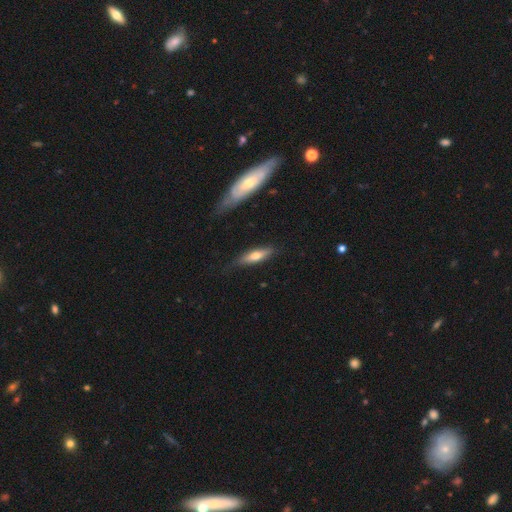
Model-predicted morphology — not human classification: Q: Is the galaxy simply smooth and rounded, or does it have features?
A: smooth — 59%.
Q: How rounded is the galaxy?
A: cigar-shaped — 61%.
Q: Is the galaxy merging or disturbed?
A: none — 76%.